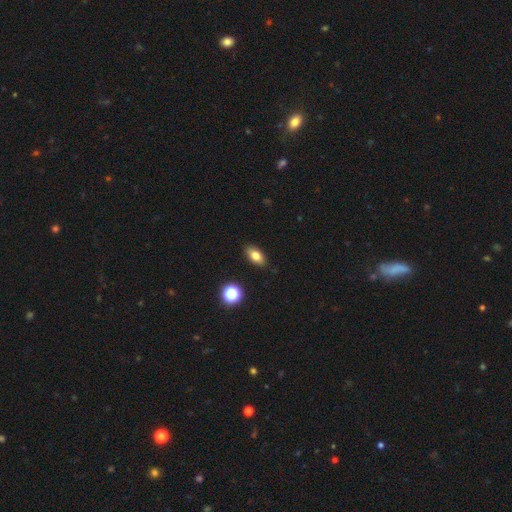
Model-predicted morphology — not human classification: smooth-or-featured: smooth: 79% | featured or disk: 11% | star or artifact: 10%
  how-rounded: in between: 87% | round: 8% | cigar-shaped: 5%
  merging: none: 87% | minor disturbance: 9% | major disturbance: 2% | merger: 2%